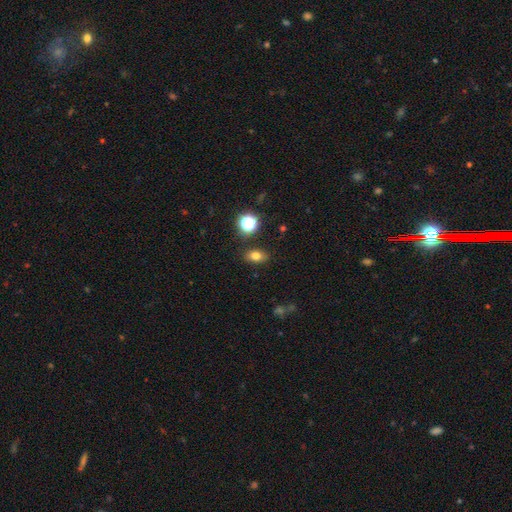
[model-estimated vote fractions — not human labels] A smooth galaxy with no disk features (74%) that is in between round and cigar-shaped (78%). Merging: none (85%).